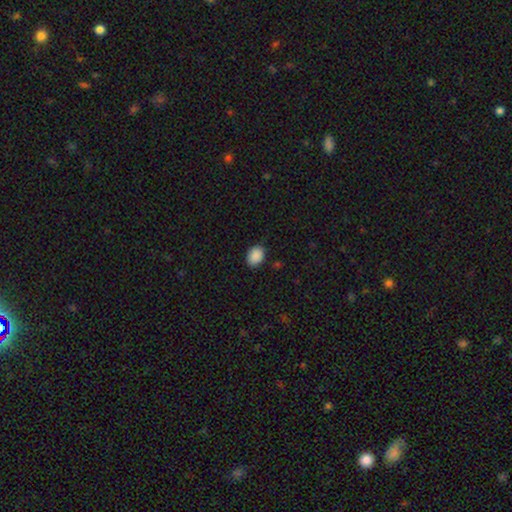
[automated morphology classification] Smooth or featured?
  - smooth: 89% *
  - star or artifact: 8%
  - featured or disk: 3%
How rounded?
  - in between: 65% *
  - round: 34%
  - cigar-shaped: 1%
Merging?
  - none: 85% *
  - minor disturbance: 12%
  - major disturbance: 2%
  - merger: 1%